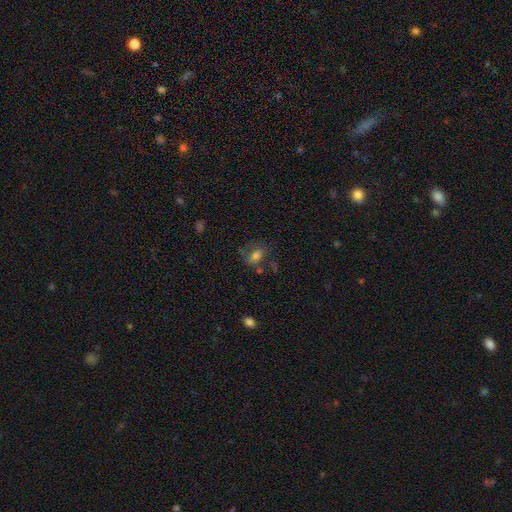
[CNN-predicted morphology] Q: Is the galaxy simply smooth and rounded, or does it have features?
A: smooth — 70%.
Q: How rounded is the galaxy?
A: in between — 80%.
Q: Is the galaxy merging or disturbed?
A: none — 58%.